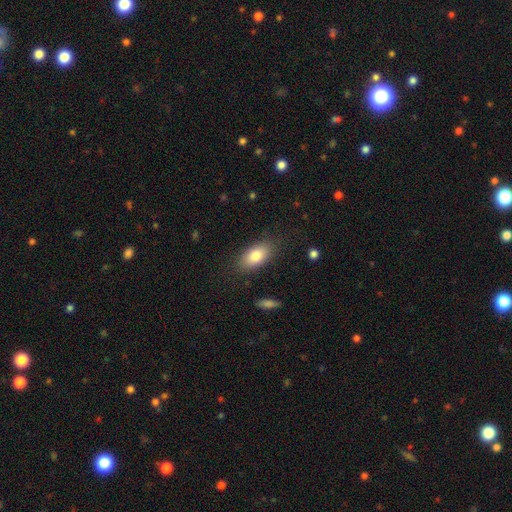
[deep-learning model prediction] smooth-or-featured: smooth: 81% | featured or disk: 12% | star or artifact: 7%
  how-rounded: in between: 90% | cigar-shaped: 5% | round: 5%
  merging: none: 84% | minor disturbance: 12% | major disturbance: 3% | merger: 1%